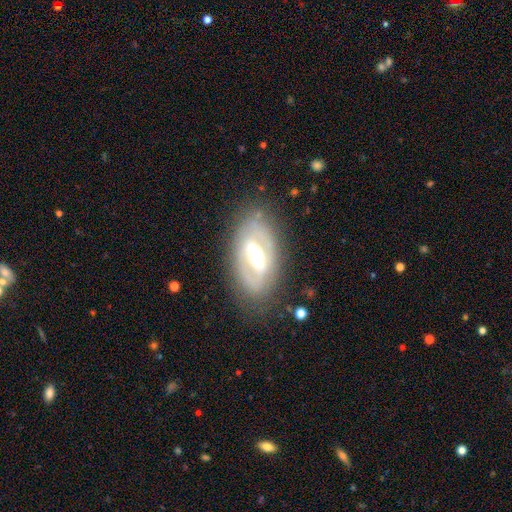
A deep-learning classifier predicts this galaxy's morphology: smooth_or_featured: featured or disk (p=0.74) [alt: smooth p=0.19]
disk_edge_on: no (p=0.85) [alt: yes p=0.15]
bar: strong (p=0.65) [alt: weak p=0.25]
has_spiral_arms: no (p=0.56) [alt: yes p=0.44]
bulge_size: moderate (p=0.58) [alt: large p=0.28]
merging: none (p=0.77) [alt: minor disturbance p=0.14]